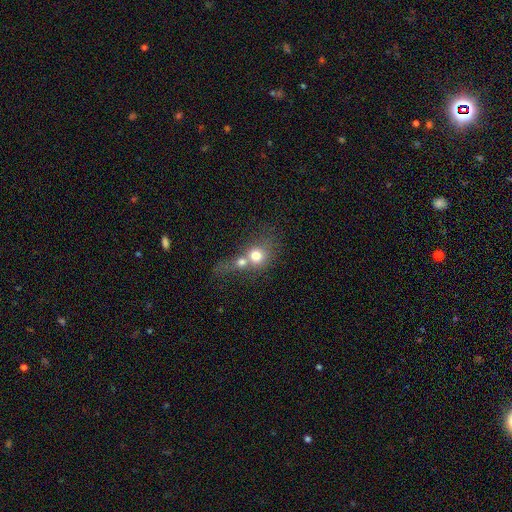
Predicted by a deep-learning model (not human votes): smooth-or-featured: smooth: 70% | featured or disk: 19% | star or artifact: 11%
  how-rounded: round: 73% | in between: 26% | cigar-shaped: 2%
  merging: merger: 69% | none: 19% | major disturbance: 6% | minor disturbance: 6%